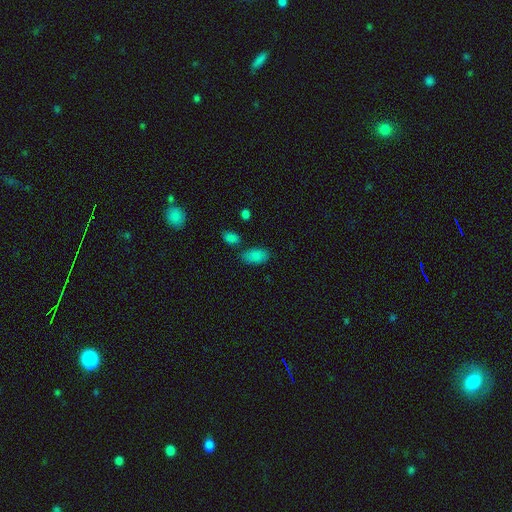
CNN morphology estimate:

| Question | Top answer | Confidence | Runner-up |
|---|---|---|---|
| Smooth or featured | smooth | 85% | star or artifact (10%) |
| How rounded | in between | 93% | round (5%) |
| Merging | none | 67% | minor disturbance (17%) |